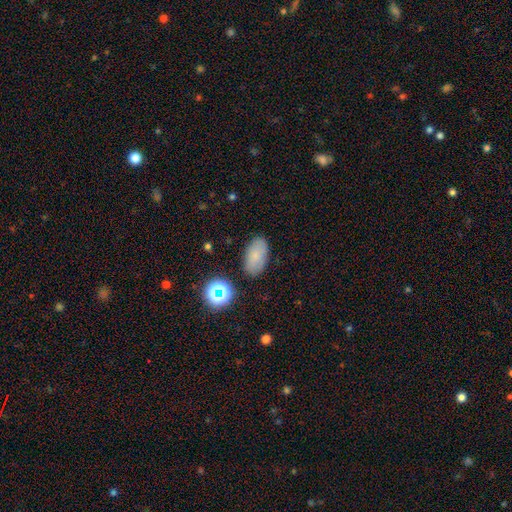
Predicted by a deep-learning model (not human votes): smooth 77%, star or artifact 12%, featured or disk 11%. Down the decision tree: how rounded — in between (92%); merging — none (82%).